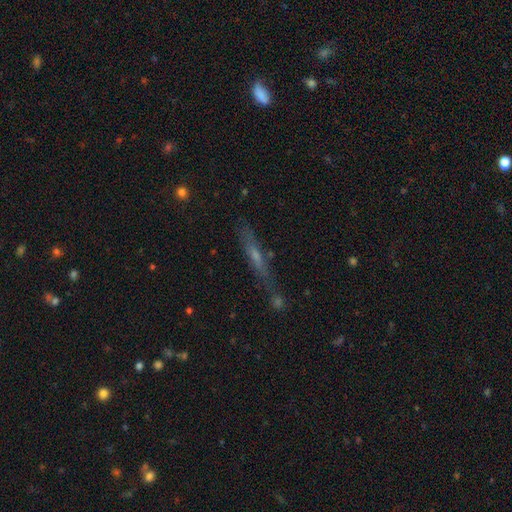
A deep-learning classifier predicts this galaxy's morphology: The model was most divided on "smooth or featured": featured or disk: 48%, smooth: 39%, star or artifact: 13%. More confident: merging — none (69%).